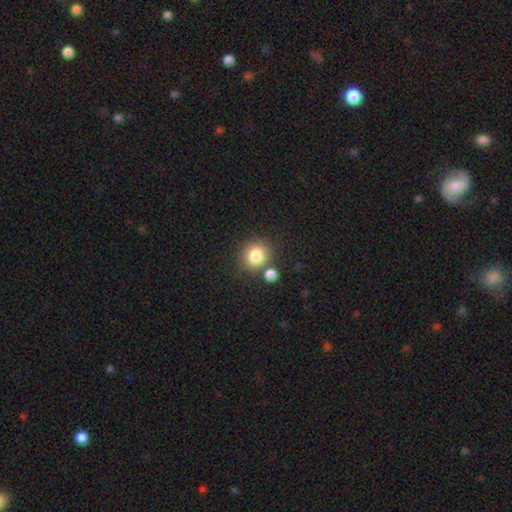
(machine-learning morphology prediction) Q: Smooth or featured?
A: smooth (84%); runner-up: star or artifact (10%)
Q: How rounded?
A: round (86%); runner-up: in between (13%)
Q: Merging?
A: none (70%); runner-up: merger (18%)